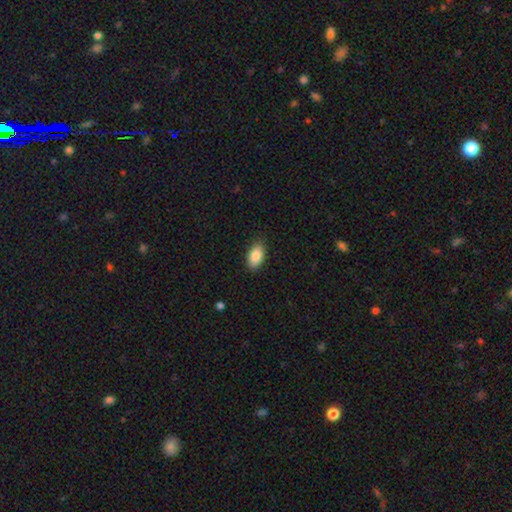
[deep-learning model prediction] The model was most divided on "merging": none: 87%, minor disturbance: 10%, major disturbance: 2%, merger: 1%. More confident: how rounded — in between (93%); smooth or featured — smooth (87%).